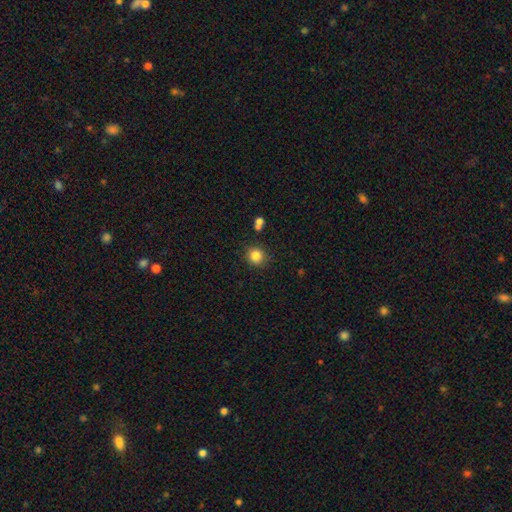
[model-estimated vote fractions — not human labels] The model was most divided on "smooth or featured": smooth: 84%, star or artifact: 11%, featured or disk: 5%. More confident: how rounded — round (89%); merging — none (85%).